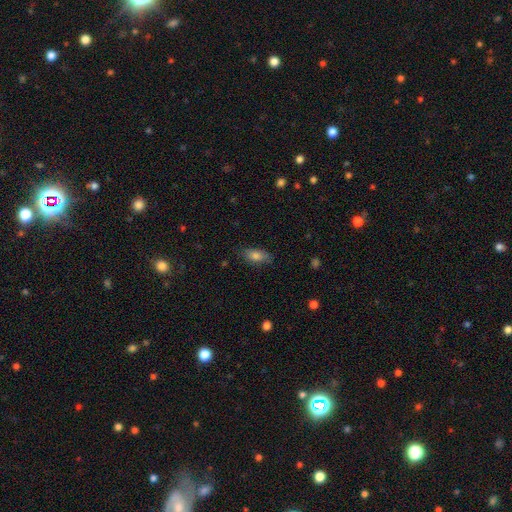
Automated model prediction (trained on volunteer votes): smooth-or-featured: smooth: 80% | featured or disk: 12% | star or artifact: 8%
  how-rounded: in between: 85% | cigar-shaped: 11% | round: 5%
  merging: none: 79% | minor disturbance: 16% | major disturbance: 4% | merger: 1%